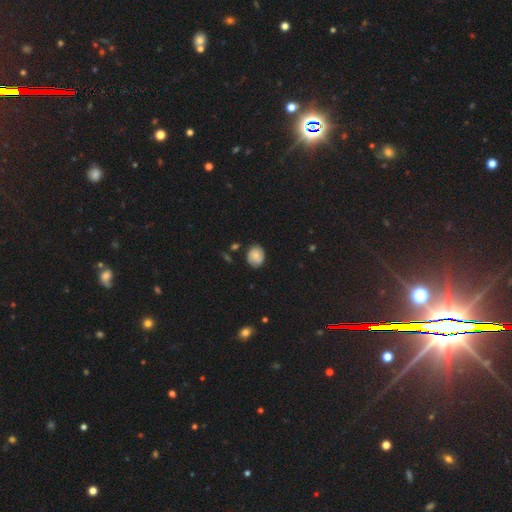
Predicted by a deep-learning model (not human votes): Smooth or featured? smooth (71%)
How rounded? round (58%)
Merging? none (77%)